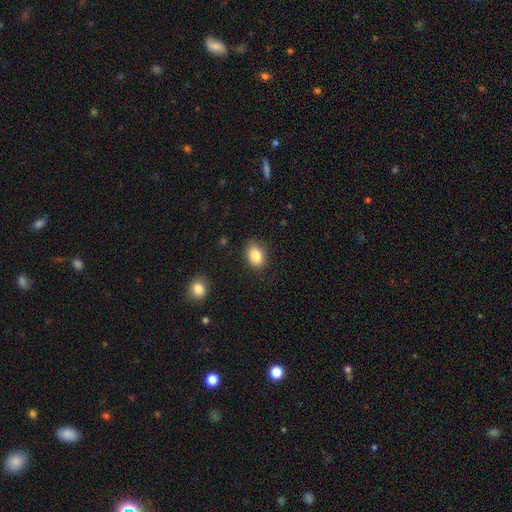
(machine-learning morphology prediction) A smooth galaxy with no disk features (84%) that is in between round and cigar-shaped (73%). Merging: none (82%).